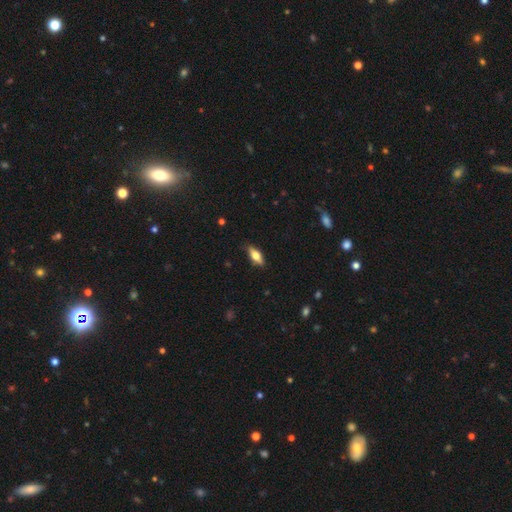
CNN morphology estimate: smooth_or_featured: smooth (p=0.58) [alt: featured or disk p=0.35]
how_rounded: in between (p=0.72) [alt: cigar-shaped p=0.25]
merging: none (p=0.84) [alt: minor disturbance p=0.12]